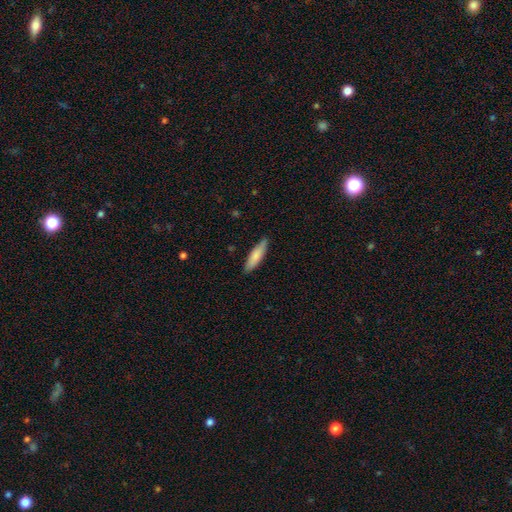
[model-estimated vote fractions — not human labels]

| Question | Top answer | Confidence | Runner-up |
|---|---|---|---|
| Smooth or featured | smooth | 78% | featured or disk (17%) |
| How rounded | cigar-shaped | 70% | in between (28%) |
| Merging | none | 86% | minor disturbance (11%) |